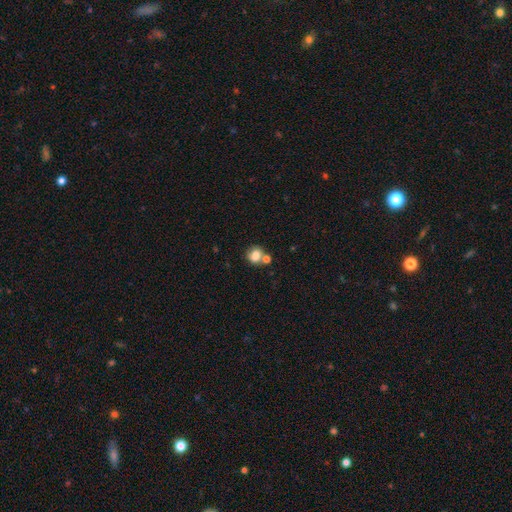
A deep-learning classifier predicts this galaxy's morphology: Smooth or featured: smooth — 80% (featured or disk — 11%)
How rounded: round — 70% (in between — 29%)
Merging: none — 50% (merger — 33%)